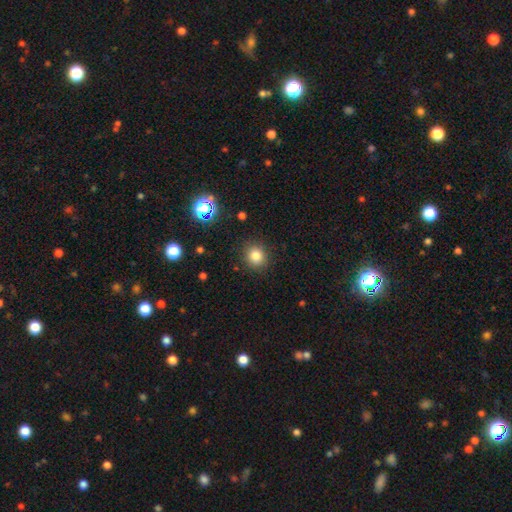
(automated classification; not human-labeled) This appears to be a smooth galaxy with no disk features (81%) that is round (86%). Merging: none (89%).